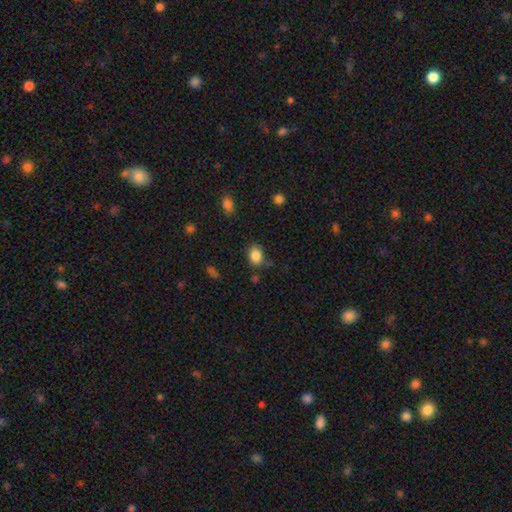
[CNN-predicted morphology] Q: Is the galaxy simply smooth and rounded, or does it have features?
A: smooth — 85%.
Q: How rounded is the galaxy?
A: in between — 66%.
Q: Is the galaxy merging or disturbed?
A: none — 74%.